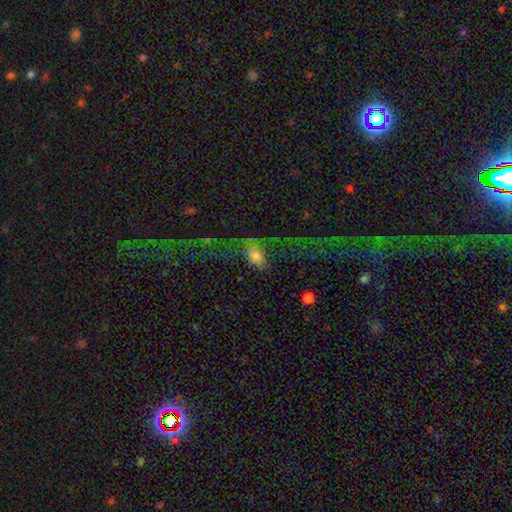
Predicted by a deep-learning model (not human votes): The model was most divided on "merging": major disturbance: 40%, none: 36%, minor disturbance: 18%, merger: 7%. Remaining: smooth or featured — smooth (50%).